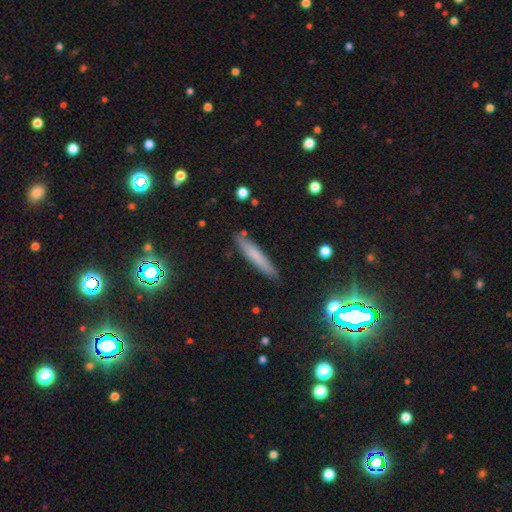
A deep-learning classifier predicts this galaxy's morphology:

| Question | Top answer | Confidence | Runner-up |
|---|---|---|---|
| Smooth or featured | smooth | 66% | featured or disk (23%) |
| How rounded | cigar-shaped | 91% | in between (7%) |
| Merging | none | 86% | minor disturbance (11%) |